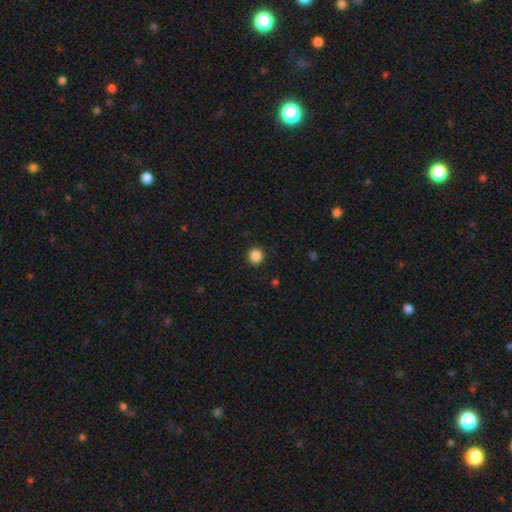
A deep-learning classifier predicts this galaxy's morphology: type=smooth (86%); roundness=round (94%); merging=none (92%).